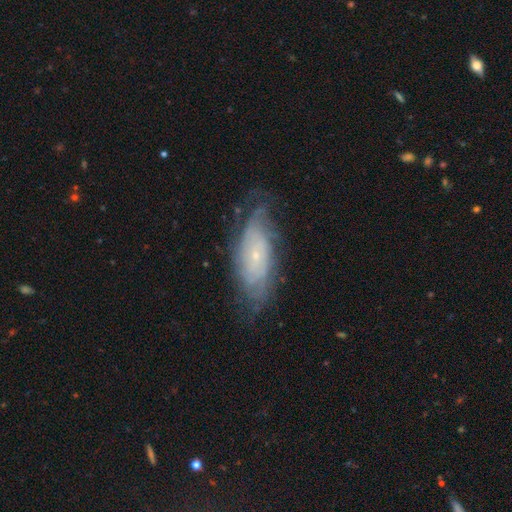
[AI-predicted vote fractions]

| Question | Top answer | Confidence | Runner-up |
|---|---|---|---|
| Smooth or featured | featured or disk | 71% | smooth (21%) |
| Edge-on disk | no | 88% | yes (12%) |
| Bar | no | 79% | weak (17%) |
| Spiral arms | yes | 86% | no (14%) |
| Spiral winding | tight | 67% | medium (24%) |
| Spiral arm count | can't tell | 60% | 2 (16%) |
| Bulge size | small | 84% | moderate (11%) |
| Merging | none | 70% | minor disturbance (20%) |